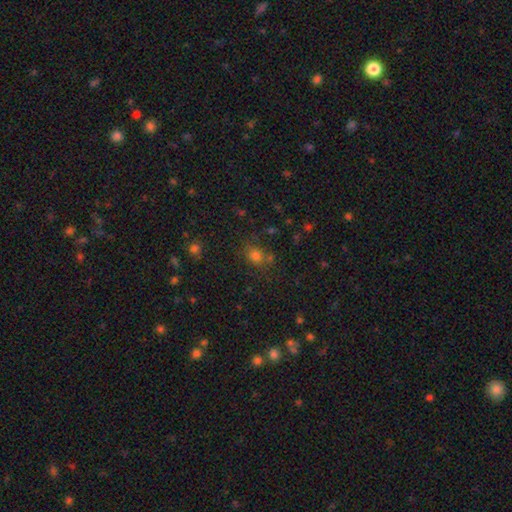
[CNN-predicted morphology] type=smooth (73%); roundness=round (66%); merging=none (67%).